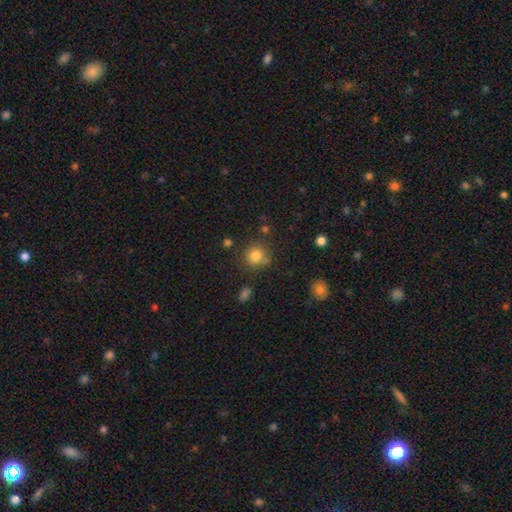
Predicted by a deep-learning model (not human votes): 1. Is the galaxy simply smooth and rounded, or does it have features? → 82% smooth, 12% star or artifact, 6% featured or disk.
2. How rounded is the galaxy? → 90% round, 9% in between, 1% cigar-shaped.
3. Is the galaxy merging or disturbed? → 76% none, 12% minor disturbance, 8% merger, 4% major disturbance.